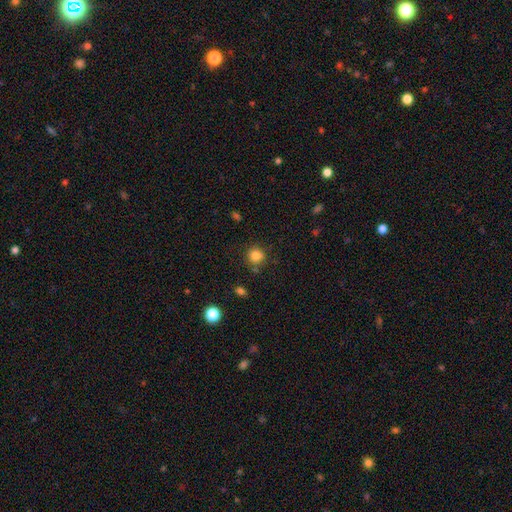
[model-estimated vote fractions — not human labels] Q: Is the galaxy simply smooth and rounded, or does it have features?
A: smooth — 83%.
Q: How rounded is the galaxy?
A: round — 89%.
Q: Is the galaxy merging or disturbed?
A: none — 79%.